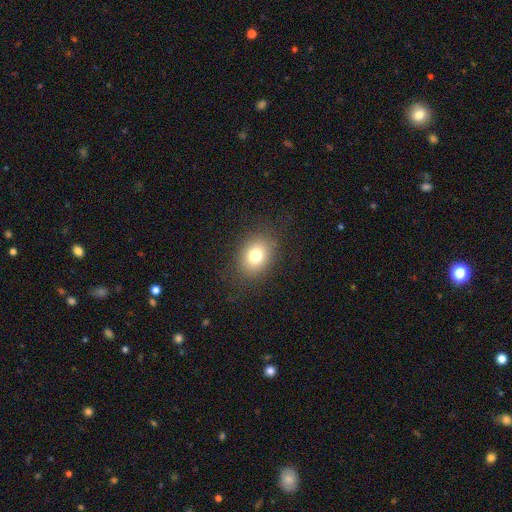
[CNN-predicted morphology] type=smooth (77%); roundness=in between (59%); merging=none (84%).